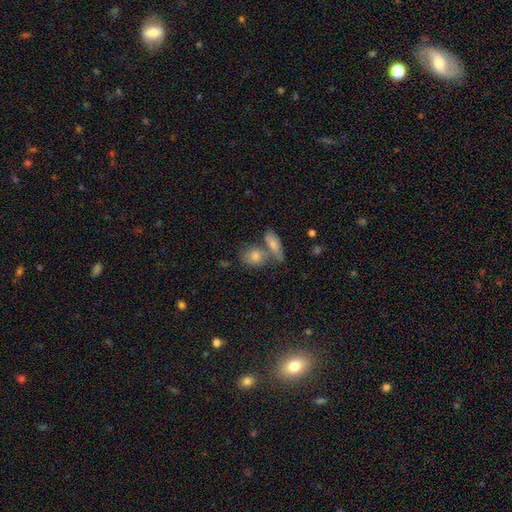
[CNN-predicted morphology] Overall: smooth (50%; star or artifact 27%). Merging: none (55%; merger 29%).